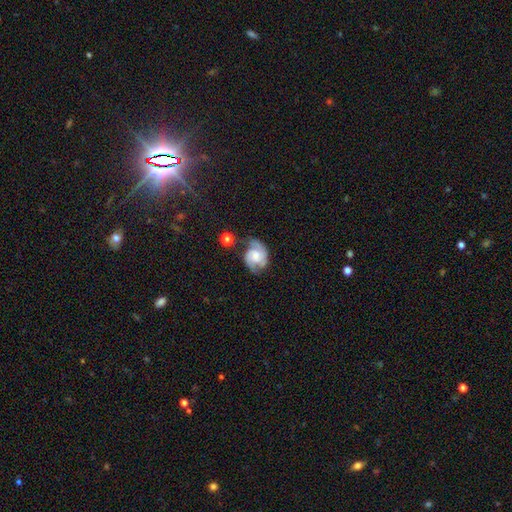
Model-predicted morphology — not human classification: Smooth or featured?
  - featured or disk: 70% *
  - smooth: 22%
  - star or artifact: 8%
Edge-on disk?
  - no: 97% *
  - yes: 3%
Bar?
  - no: 65% *
  - weak: 29%
  - strong: 6%
Spiral arms?
  - yes: 92% *
  - no: 8%
Spiral winding?
  - medium: 44% *
  - tight: 39%
  - loose: 17%
Spiral arm count?
  - 2: 78% *
  - can't tell: 10%
  - 1: 5%
  - 3: 4%
  - 4: 1%
  - more than 4: 1%
Bulge size?
  - moderate: 37% *
  - small: 27%
  - large: 19%
  - none: 13%
  - dominant: 3%
Merging?
  - none: 53% *
  - minor disturbance: 27%
  - major disturbance: 14%
  - merger: 6%